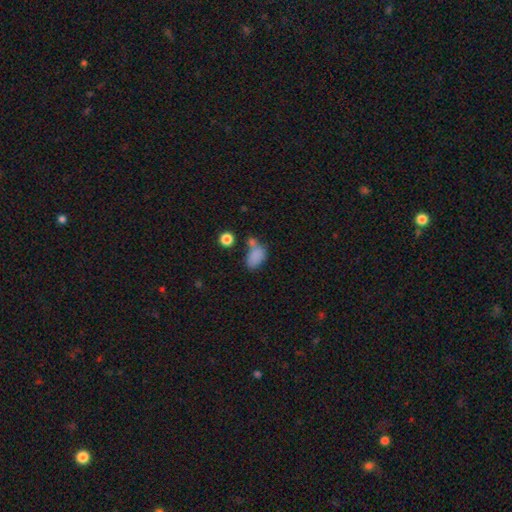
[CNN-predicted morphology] A smooth galaxy with no disk features (81%) that is in between round and cigar-shaped (86%). Merging: none (43%).